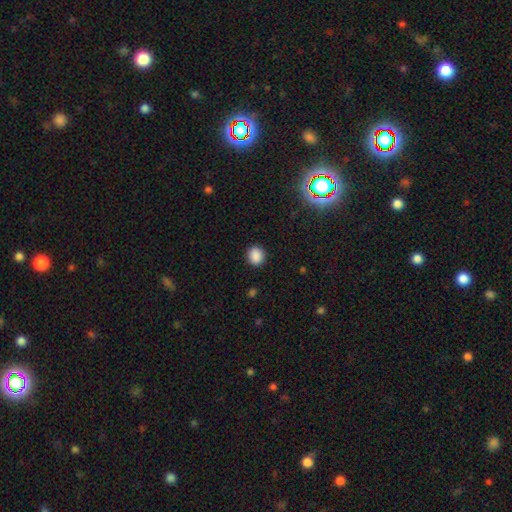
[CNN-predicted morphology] Q: Smooth or featured?
A: smooth (87%); runner-up: star or artifact (10%)
Q: How rounded?
A: round (82%); runner-up: in between (17%)
Q: Merging?
A: none (90%); runner-up: minor disturbance (7%)